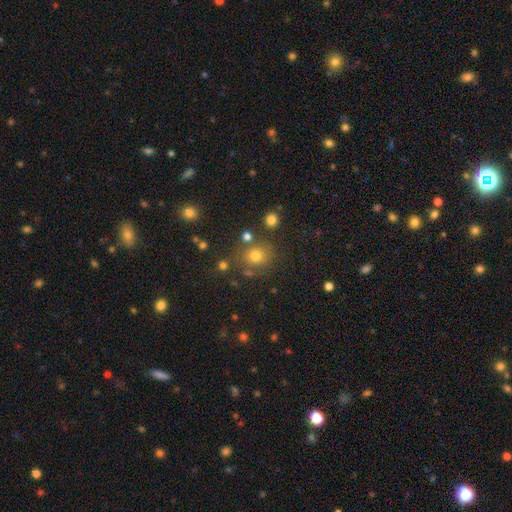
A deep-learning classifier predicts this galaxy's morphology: The model was most divided on "smooth or featured": smooth: 73%, star or artifact: 18%, featured or disk: 9%. More confident: how rounded — round (83%); merging — none (76%).